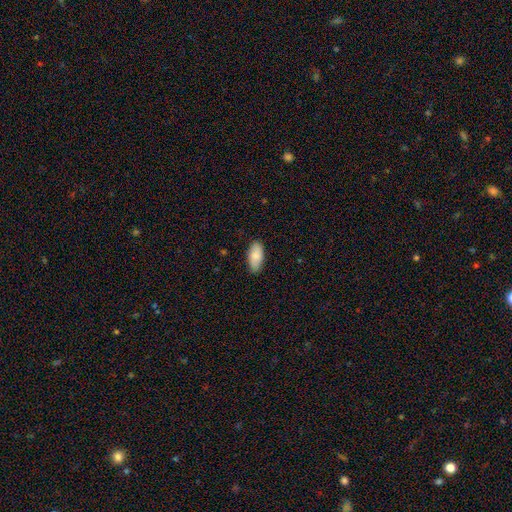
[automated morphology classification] Overall: smooth (83%). How rounded: in between (93%). Merging: none (84%).